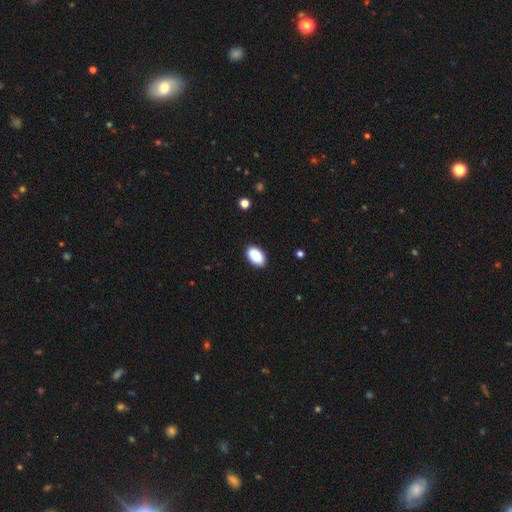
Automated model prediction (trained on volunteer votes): Smooth or featured? Predicted: smooth (p=0.90). How rounded? Predicted: in between (p=0.93). Merging? Predicted: none (p=0.87).